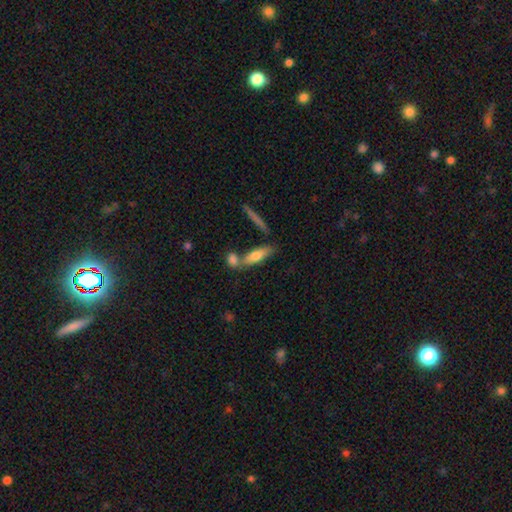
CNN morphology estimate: A smooth galaxy with no disk features (64%) that is cigar-shaped (58%).

Vote fractions:
- Smooth or featured? smooth: 64% / featured or disk: 29% / star or artifact: 7%
- How rounded? cigar-shaped: 58% / in between: 39% / round: 3%
- Merging? none: 58% / merger: 26% / minor disturbance: 12% / major disturbance: 4%